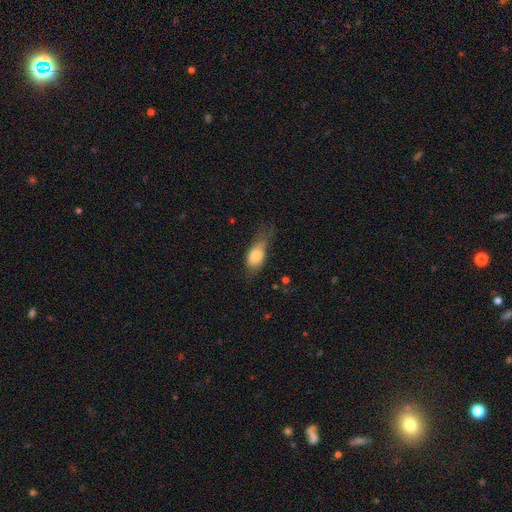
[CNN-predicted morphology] A smooth galaxy with no disk features (75%) that is in between round and cigar-shaped (82%).

Vote fractions:
- Smooth or featured? smooth: 75% / featured or disk: 17% / star or artifact: 8%
- How rounded? in between: 82% / cigar-shaped: 9% / round: 9%
- Merging? none: 36% (tied) / minor disturbance: 36% (tied) / major disturbance: 26% / merger: 3%